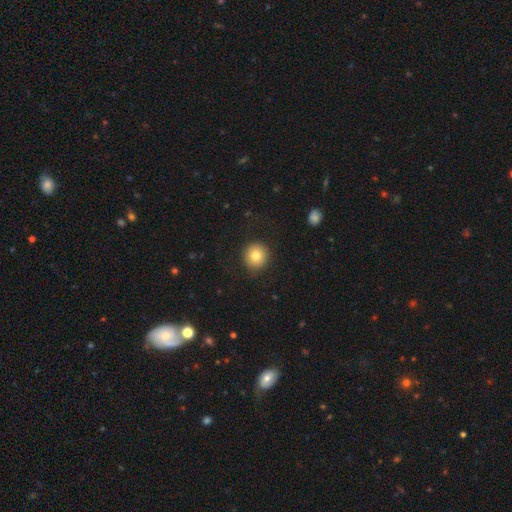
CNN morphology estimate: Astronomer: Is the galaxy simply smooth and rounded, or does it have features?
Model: smooth — 80%.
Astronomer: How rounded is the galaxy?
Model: round — 93%.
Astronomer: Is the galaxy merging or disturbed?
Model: none — 89%.